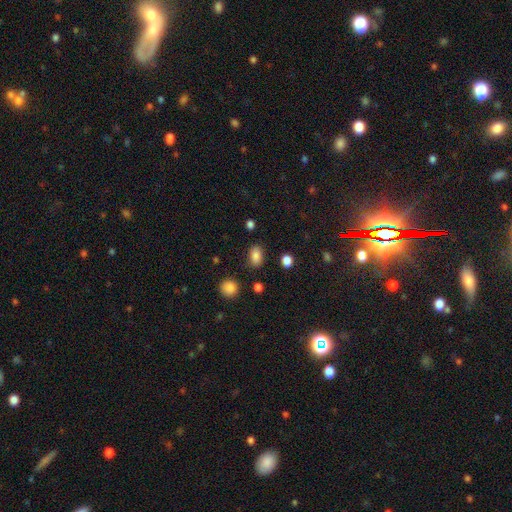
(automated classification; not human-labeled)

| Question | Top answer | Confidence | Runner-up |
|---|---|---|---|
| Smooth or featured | smooth | 85% | star or artifact (10%) |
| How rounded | in between | 83% | round (15%) |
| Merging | none | 83% | minor disturbance (11%) |